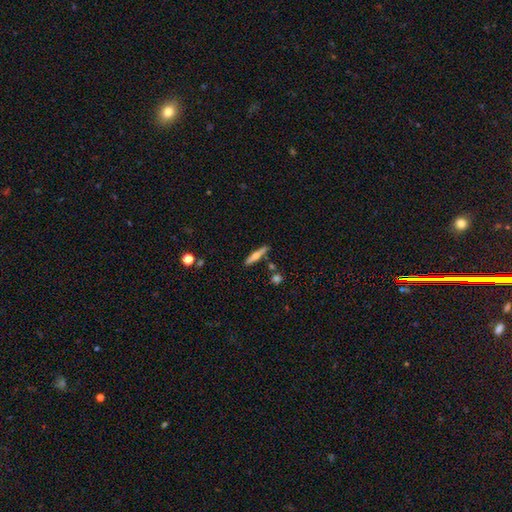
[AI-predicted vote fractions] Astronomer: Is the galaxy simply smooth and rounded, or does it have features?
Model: featured or disk — 47%, tied with smooth at 47%.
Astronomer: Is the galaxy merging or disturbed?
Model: none — 84%.